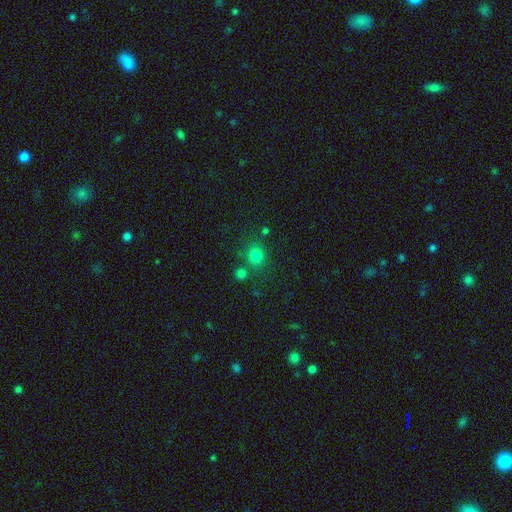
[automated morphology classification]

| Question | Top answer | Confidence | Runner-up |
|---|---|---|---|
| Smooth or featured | smooth | 78% | star or artifact (16%) |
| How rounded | round | 81% | in between (18%) |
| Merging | none | 70% | merger (15%) |